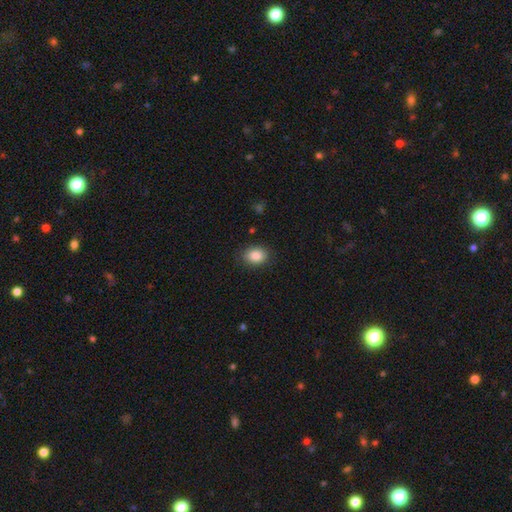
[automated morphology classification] Smooth or featured?
  - smooth: 87% *
  - star or artifact: 8%
  - featured or disk: 5%
How rounded?
  - in between: 65% *
  - round: 34%
  - cigar-shaped: 1%
Merging?
  - none: 86% *
  - minor disturbance: 10%
  - major disturbance: 3%
  - merger: 1%